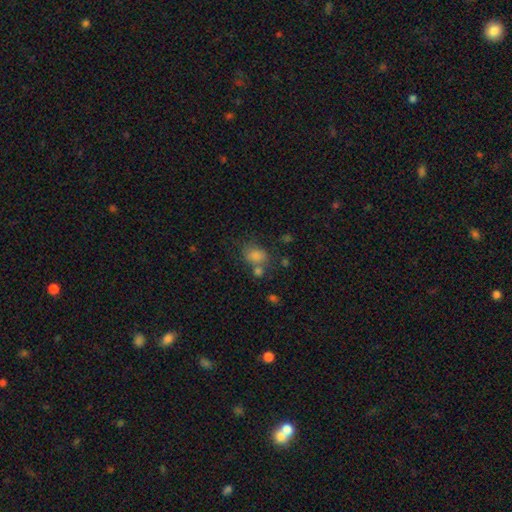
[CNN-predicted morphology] This appears to be a smooth galaxy with no disk features (75%) that is in between round and cigar-shaped (55%). Merging: none (58%).